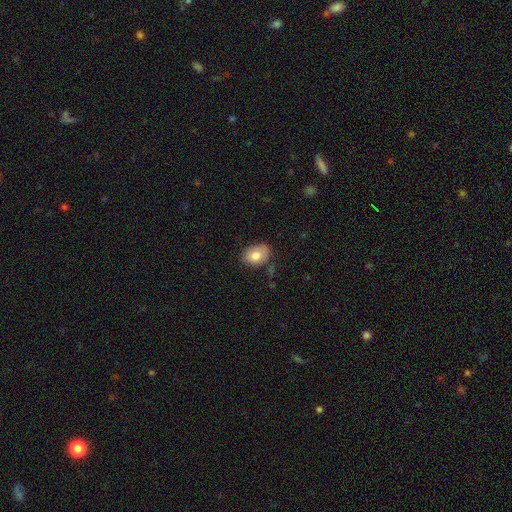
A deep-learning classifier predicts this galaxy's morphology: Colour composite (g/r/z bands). It shows a smooth galaxy with no disk features (80%) that is in between round and cigar-shaped (80%). Merging: none (70%).